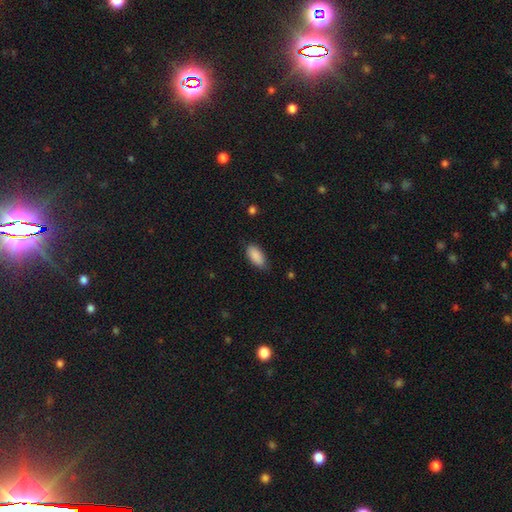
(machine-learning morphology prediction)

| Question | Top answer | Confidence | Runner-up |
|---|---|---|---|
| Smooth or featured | smooth | 89% | star or artifact (7%) |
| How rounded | in between | 90% | cigar-shaped (8%) |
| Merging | none | 75% | minor disturbance (20%) |